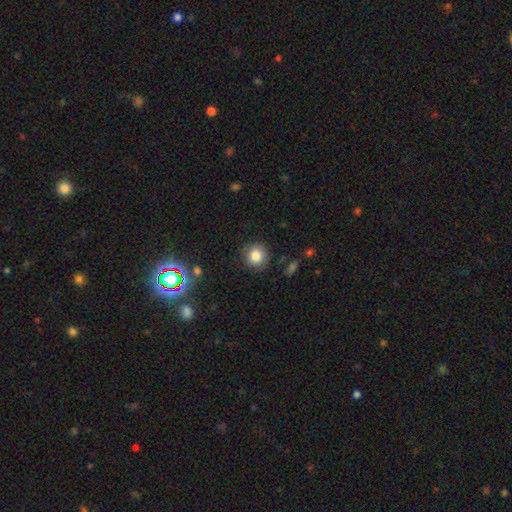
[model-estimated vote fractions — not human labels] This appears to be a smooth galaxy with no disk features (84%) that is round (89%). Merging: none (85%).